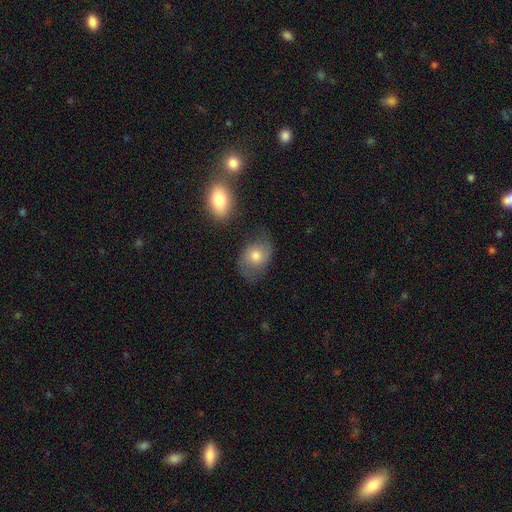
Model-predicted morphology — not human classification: This appears to be a smooth galaxy with no disk features (58%) that is in between round and cigar-shaped (63%). Merging: none (62%).